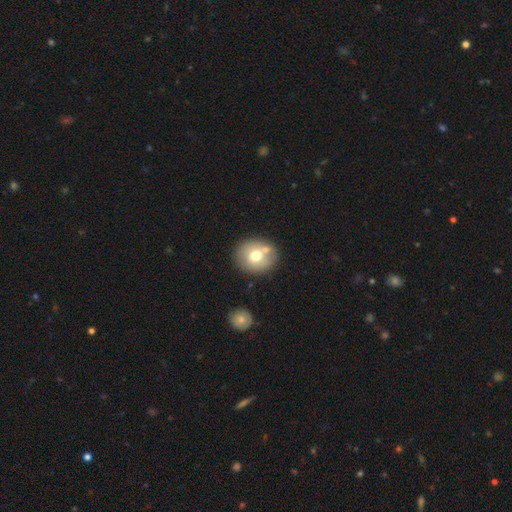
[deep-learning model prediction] Smooth or featured: smooth — 67% (featured or disk — 24%)
How rounded: round — 71% (in between — 28%)
Merging: none — 67% (merger — 18%)